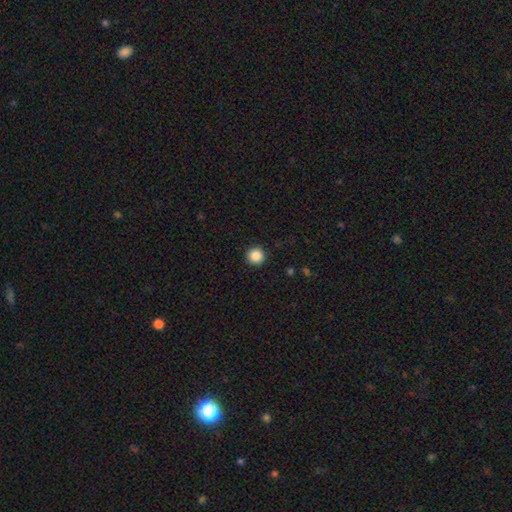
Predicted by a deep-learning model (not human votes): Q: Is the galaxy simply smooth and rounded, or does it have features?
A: smooth — 88%.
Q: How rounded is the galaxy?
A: round — 96%.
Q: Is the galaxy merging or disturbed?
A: none — 92%.